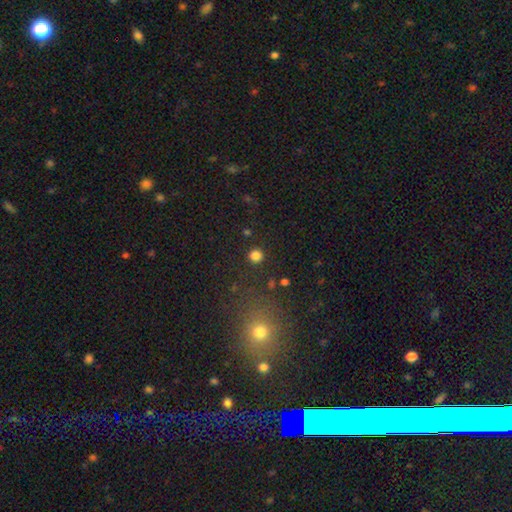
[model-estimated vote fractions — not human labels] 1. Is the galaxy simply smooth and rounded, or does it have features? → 82% smooth, 14% star or artifact, 4% featured or disk.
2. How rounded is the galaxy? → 91% round, 8% in between, 1% cigar-shaped.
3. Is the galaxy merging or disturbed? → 90% none, 5% minor disturbance, 2% major disturbance, 2% merger.